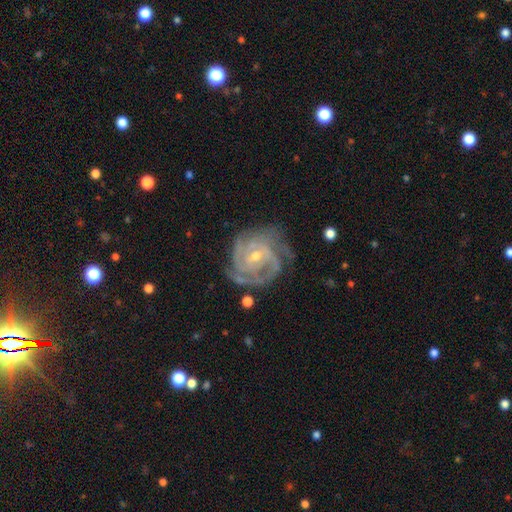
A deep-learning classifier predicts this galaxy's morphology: The model was most divided on "spiral arm count": 3: 35%, can't tell: 19%, 4: 18%, 2: 16%, more than 4: 6%, 1: 6%. More confident: edge-on disk — no (98%); spiral arms — yes (97%); smooth or featured — featured or disk (90%); spiral winding — tight (69%); merging — none (67%); bulge size — small (57%); bar — no (53%).